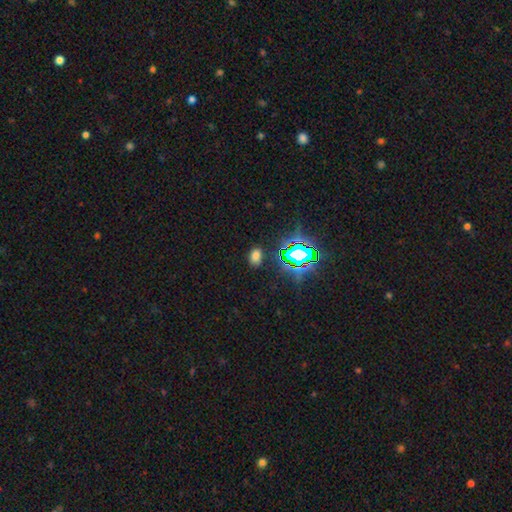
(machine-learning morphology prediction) Overall: smooth (65%; star or artifact 29%). How rounded: in between (80%). Merging: none (85%).